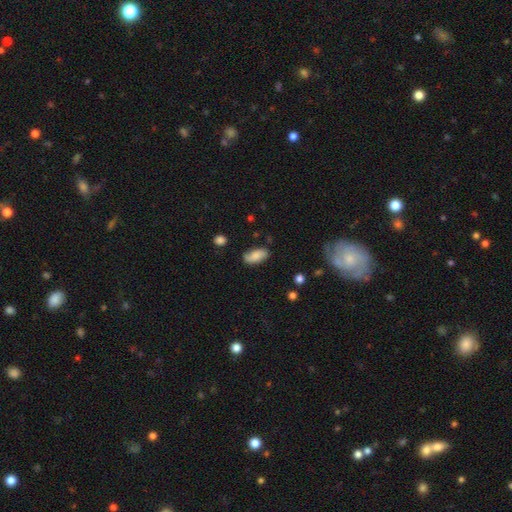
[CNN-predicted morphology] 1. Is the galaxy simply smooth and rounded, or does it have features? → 72% smooth, 20% featured or disk, 8% star or artifact.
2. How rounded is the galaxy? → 90% in between, 7% cigar-shaped, 3% round.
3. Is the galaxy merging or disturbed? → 70% none, 23% minor disturbance, 5% major disturbance, 2% merger.